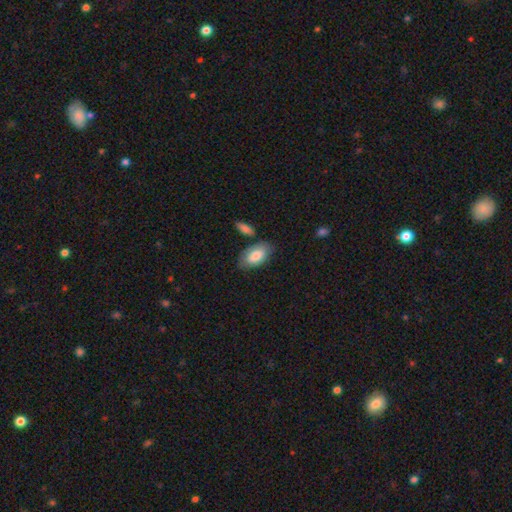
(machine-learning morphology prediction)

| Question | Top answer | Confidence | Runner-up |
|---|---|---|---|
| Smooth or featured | smooth | 82% | featured or disk (12%) |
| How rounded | in between | 94% | round (3%) |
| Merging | none | 70% | minor disturbance (18%) |